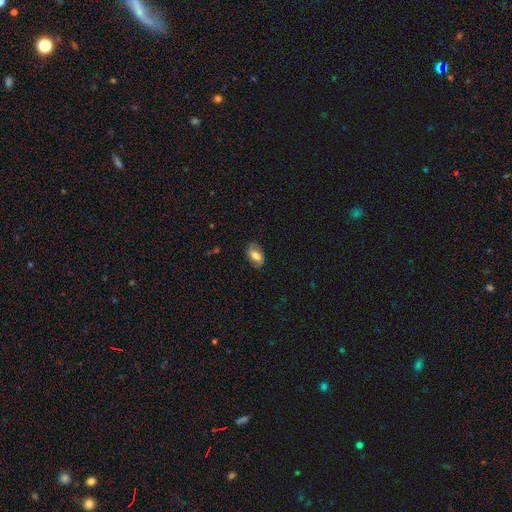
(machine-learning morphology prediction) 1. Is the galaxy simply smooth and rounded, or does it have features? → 54% smooth, 38% featured or disk, 8% star or artifact.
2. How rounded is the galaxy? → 88% in between, 8% round, 4% cigar-shaped.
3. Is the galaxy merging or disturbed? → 75% none, 18% minor disturbance, 6% major disturbance, 1% merger.